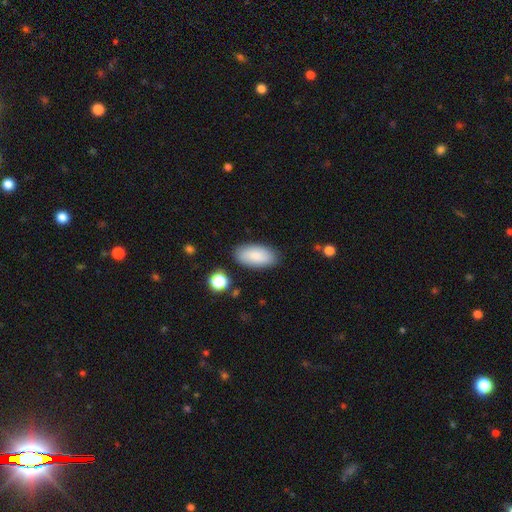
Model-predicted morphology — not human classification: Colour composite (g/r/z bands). It shows a smooth galaxy with no disk features (86%) that is in between round and cigar-shaped (92%). Merging: none (84%).